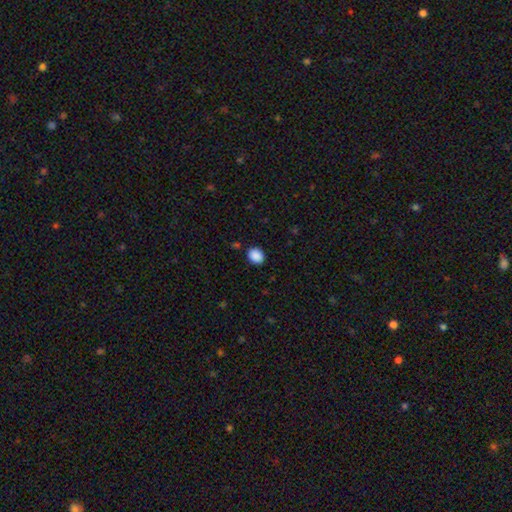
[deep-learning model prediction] smooth_or_featured: smooth (p=0.89) [alt: star or artifact p=0.08]
how_rounded: round (p=0.53) [alt: in between p=0.46]
merging: none (p=0.87) [alt: minor disturbance p=0.09]